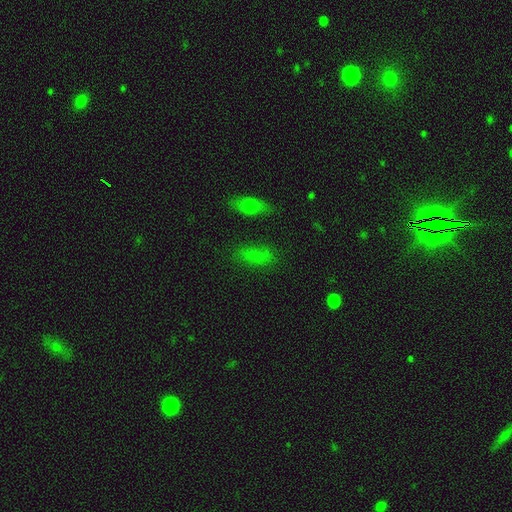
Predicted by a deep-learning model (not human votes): This appears to be a smooth galaxy with no disk features (68%) that is in between round and cigar-shaped (74%). Merging: none (76%).